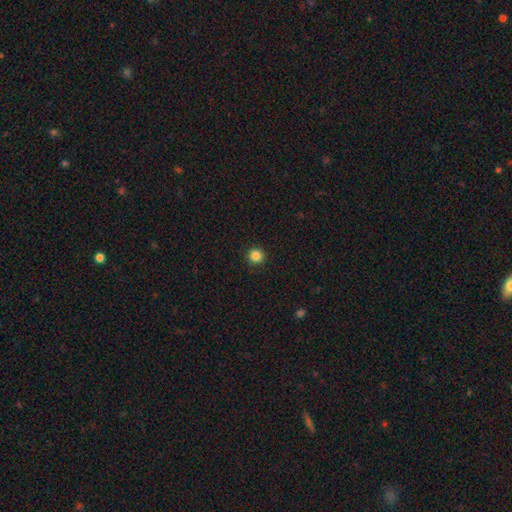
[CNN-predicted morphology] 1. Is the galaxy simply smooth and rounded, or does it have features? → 85% smooth, 11% star or artifact, 4% featured or disk.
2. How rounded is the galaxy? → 96% round, 4% in between, 1% cigar-shaped.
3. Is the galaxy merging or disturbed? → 93% none, 5% minor disturbance, 2% major disturbance, 1% merger.